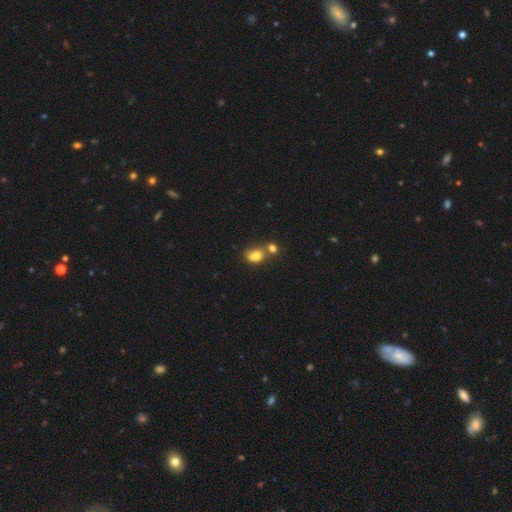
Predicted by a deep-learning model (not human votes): A smooth galaxy with no disk features (82%) that is in between round and cigar-shaped (75%).

Vote fractions:
- Smooth or featured? smooth: 82% / star or artifact: 10% / featured or disk: 8%
- How rounded? in between: 75% / round: 23% / cigar-shaped: 2%
- Merging? merger: 41% (tied) / none: 41% (tied) / minor disturbance: 13% / major disturbance: 5%